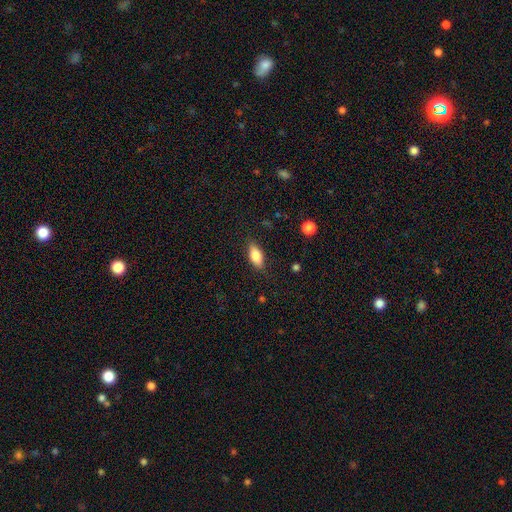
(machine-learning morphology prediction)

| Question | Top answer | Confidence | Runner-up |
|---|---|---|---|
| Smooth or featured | smooth | 83% | featured or disk (10%) |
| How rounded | in between | 85% | cigar-shaped (12%) |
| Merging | none | 83% | minor disturbance (12%) |